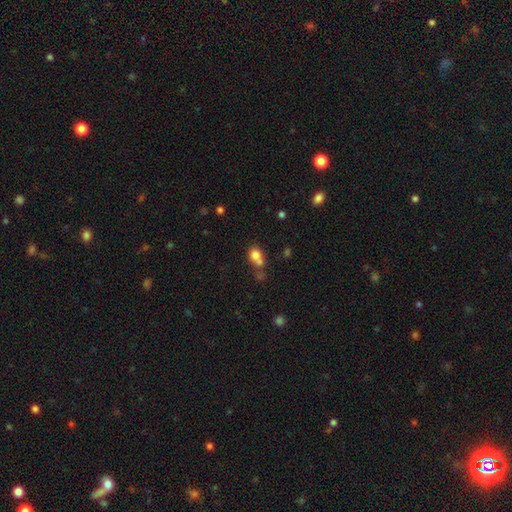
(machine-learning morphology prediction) Smooth or featured? smooth (77%)
How rounded? round (64%)
Merging? merger (47%)